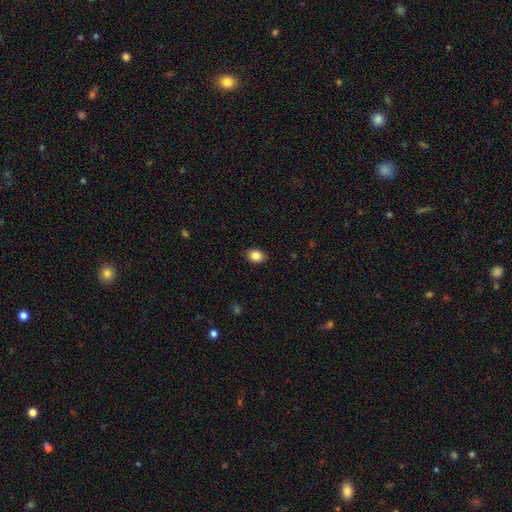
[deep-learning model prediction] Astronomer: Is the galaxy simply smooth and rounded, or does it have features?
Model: smooth — 86%.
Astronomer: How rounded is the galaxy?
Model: in between — 64%.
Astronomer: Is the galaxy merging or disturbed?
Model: none — 89%.